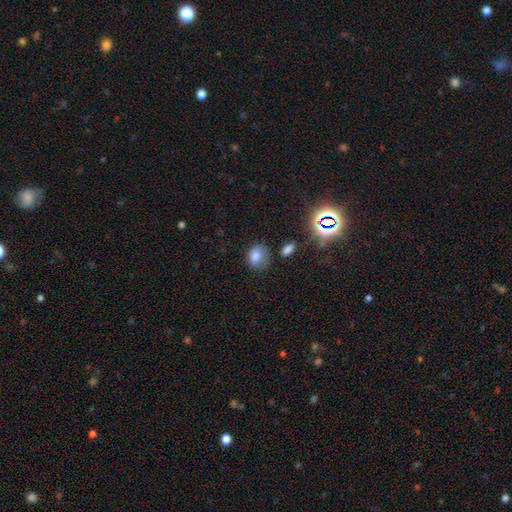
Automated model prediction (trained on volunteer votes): smooth 78%, star or artifact 14%, featured or disk 9%. Down the decision tree: how rounded — in between (57%); merging — none (59%).